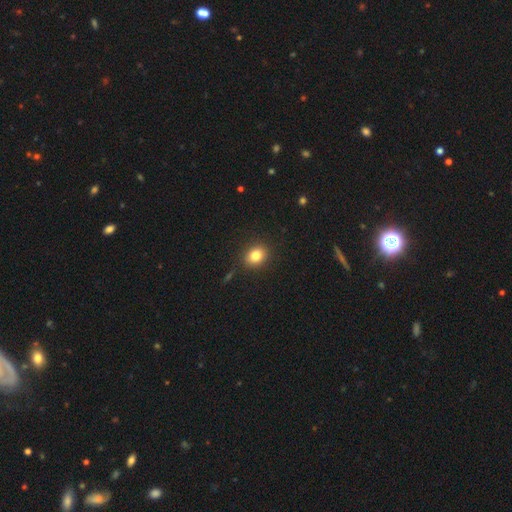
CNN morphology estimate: Smooth or featured? Predicted: smooth (p=0.82). How rounded? Predicted: round (p=0.55). Merging? Predicted: none (p=0.88).